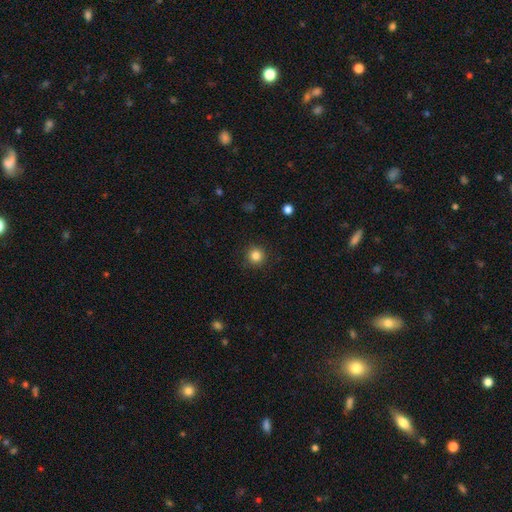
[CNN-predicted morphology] smooth_or_featured: smooth (p=0.84) [alt: star or artifact p=0.11]
how_rounded: round (p=0.95) [alt: in between p=0.04]
merging: none (p=0.90) [alt: minor disturbance p=0.06]